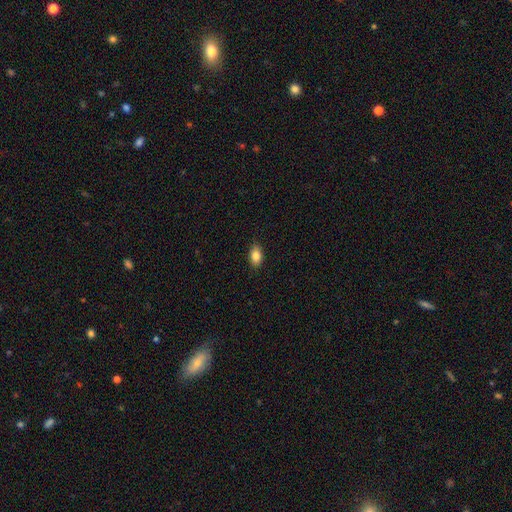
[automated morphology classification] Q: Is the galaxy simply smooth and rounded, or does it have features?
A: smooth — 84%.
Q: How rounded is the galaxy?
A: in between — 88%.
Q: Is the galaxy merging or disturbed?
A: none — 86%.